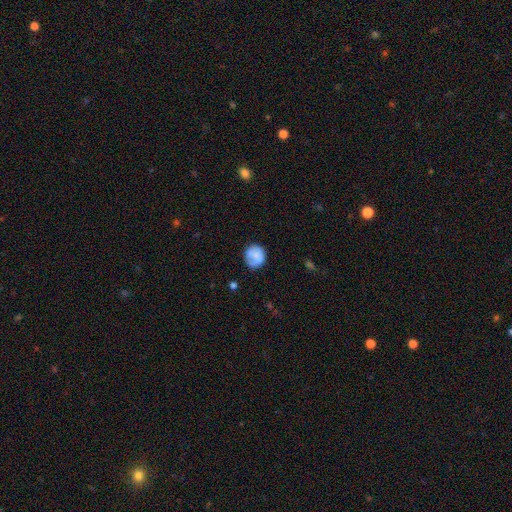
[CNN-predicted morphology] Q: Smooth or featured?
A: smooth (72%); runner-up: featured or disk (20%)
Q: How rounded?
A: round (81%); runner-up: in between (18%)
Q: Merging?
A: none (66%); runner-up: minor disturbance (23%)